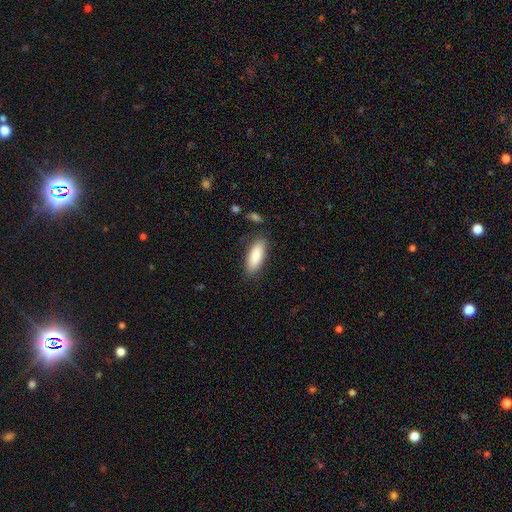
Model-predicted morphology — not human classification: smooth_or_featured: smooth (p=0.85) [alt: featured or disk p=0.09]
how_rounded: in between (p=0.70) [alt: cigar-shaped p=0.28]
merging: none (p=0.83) [alt: minor disturbance p=0.12]